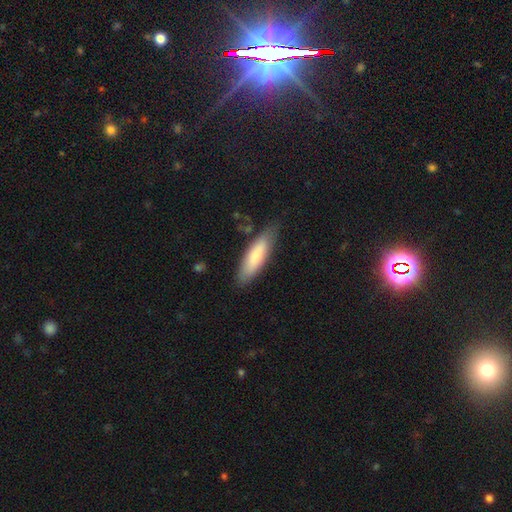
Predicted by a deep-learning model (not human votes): A smooth galaxy with no disk features (80%) that is cigar-shaped (59%).

Vote fractions:
- Smooth or featured? smooth: 80% / featured or disk: 14% / star or artifact: 5%
- How rounded? cigar-shaped: 59% / in between: 40% / round: 1%
- Merging? none: 77% / minor disturbance: 17% / major disturbance: 4% / merger: 2%